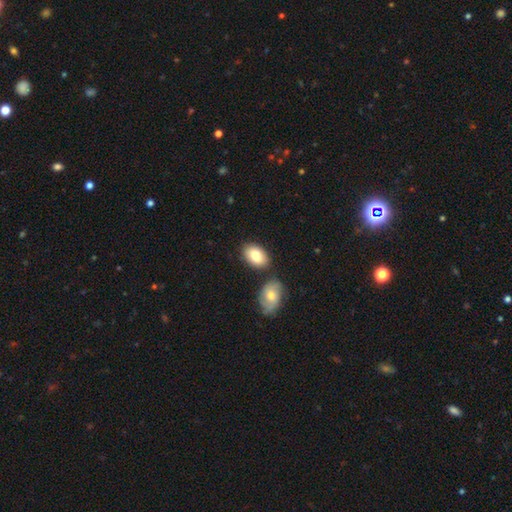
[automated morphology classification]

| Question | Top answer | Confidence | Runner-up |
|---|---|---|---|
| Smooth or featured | smooth | 83% | featured or disk (12%) |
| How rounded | in between | 91% | round (7%) |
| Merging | none | 70% | merger (15%) |